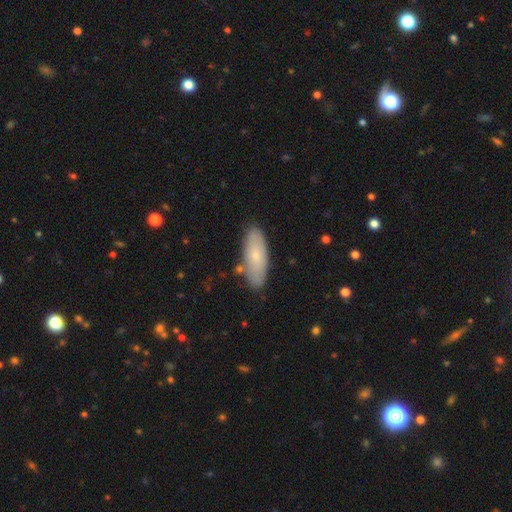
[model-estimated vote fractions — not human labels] Overall: smooth (69%). How rounded: in between (68%; cigar-shaped 30%). Merging: none (82%).